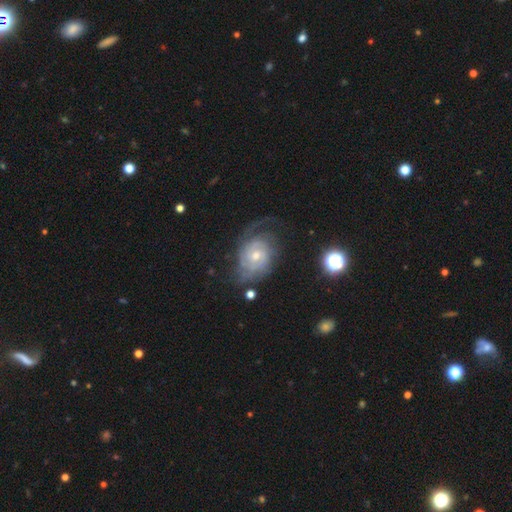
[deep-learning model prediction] Smooth or featured? Predicted: featured or disk (p=0.82). Edge-on disk? Predicted: no (p=0.97). Bar? Predicted: no (p=0.66). Spiral arms? Predicted: yes (p=0.92). Spiral winding? Predicted: tight (p=0.55). Spiral arm count? Predicted: can't tell (p=0.38). Bulge size? Predicted: moderate (p=0.53). Merging? Predicted: none (p=0.53).